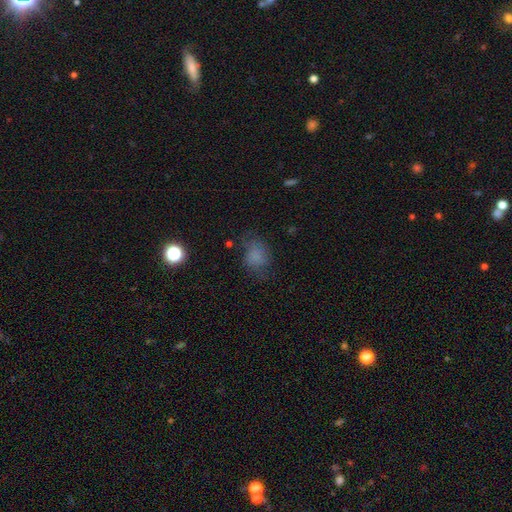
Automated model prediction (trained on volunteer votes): Q: Smooth or featured?
A: smooth (74%); runner-up: star or artifact (16%)
Q: How rounded?
A: round (53%); runner-up: in between (46%)
Q: Merging?
A: none (62%); runner-up: minor disturbance (23%)